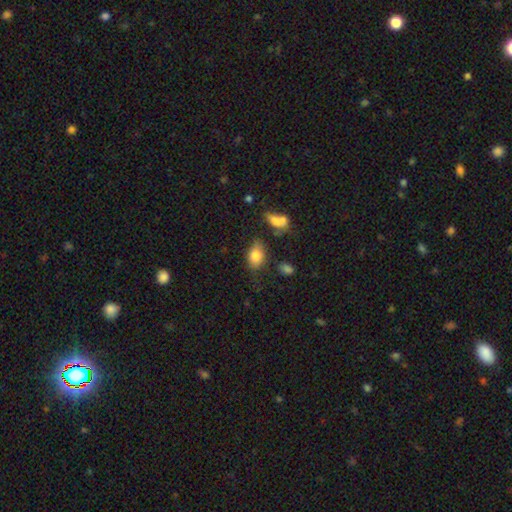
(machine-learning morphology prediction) This appears to be a smooth galaxy with no disk features (81%) that is in between round and cigar-shaped (82%). Merging: none (67%).